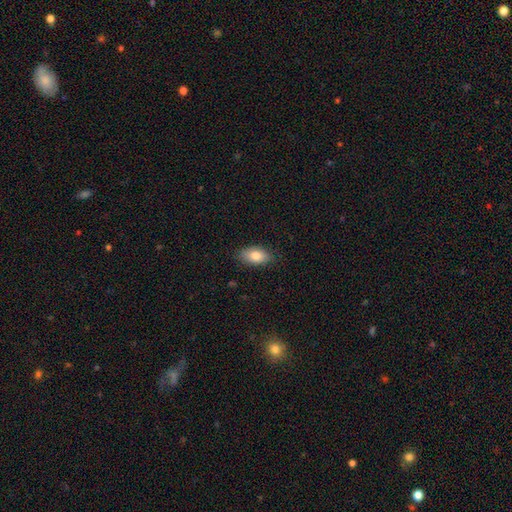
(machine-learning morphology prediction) This appears to be a smooth galaxy with no disk features (82%) that is in between round and cigar-shaped (91%). Merging: none (83%).